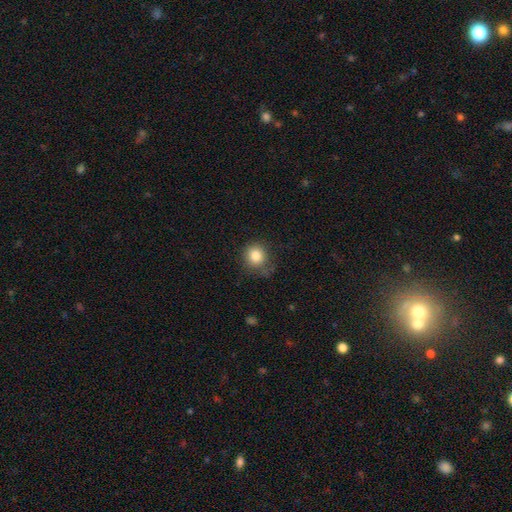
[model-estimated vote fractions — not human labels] smooth 83%, star or artifact 11%, featured or disk 6%. Down the decision tree: how rounded — round (88%); merging — none (73%).